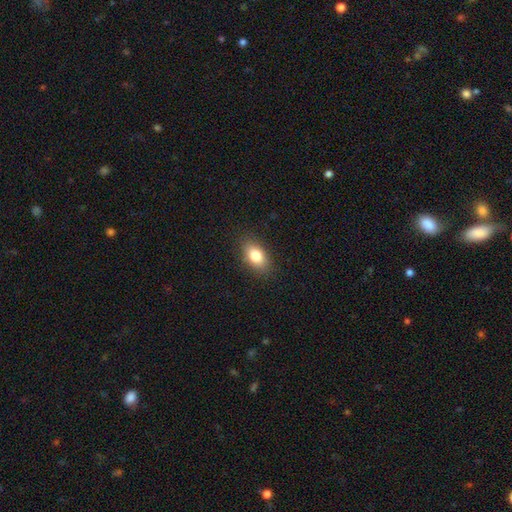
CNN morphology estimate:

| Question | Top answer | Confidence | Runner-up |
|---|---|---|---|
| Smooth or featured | smooth | 81% | featured or disk (11%) |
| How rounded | in between | 87% | round (10%) |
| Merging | none | 86% | minor disturbance (10%) |